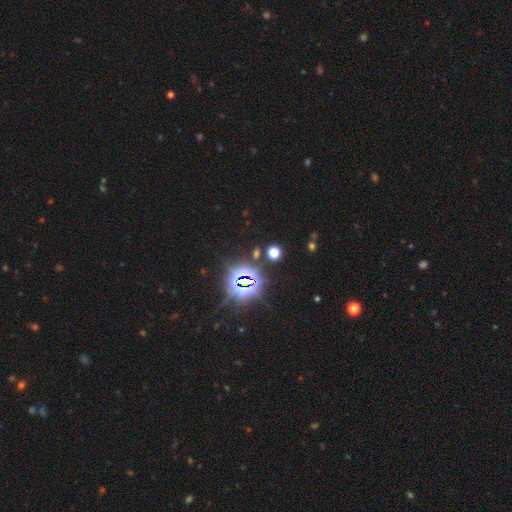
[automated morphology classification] smooth_or_featured: star or artifact (p=0.79) [alt: smooth p=0.14]